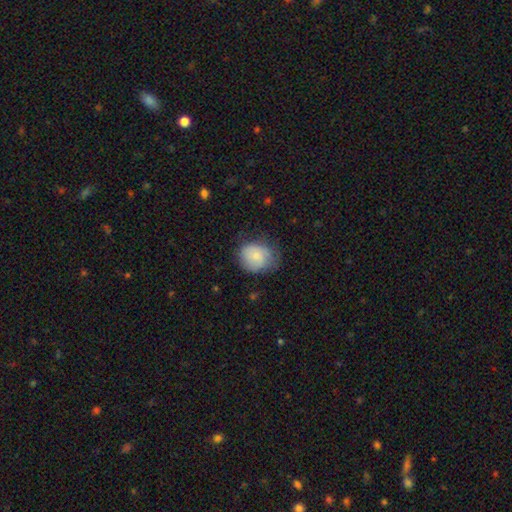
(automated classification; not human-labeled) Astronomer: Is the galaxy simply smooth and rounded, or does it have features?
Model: smooth — 73%.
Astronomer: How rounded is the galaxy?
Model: round — 61% (runner-up: in between, 38%).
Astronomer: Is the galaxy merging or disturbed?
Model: none — 55% (runner-up: minor disturbance, 32%).